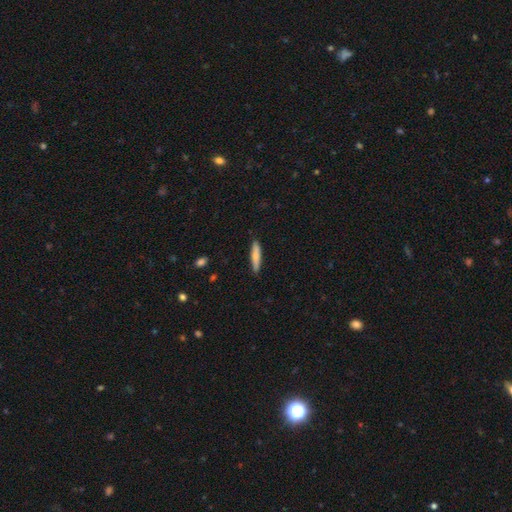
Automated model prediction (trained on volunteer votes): This is likely a smooth galaxy (75%). How rounded: clearly cigar-shaped (88%). Merging: clearly none (88%).